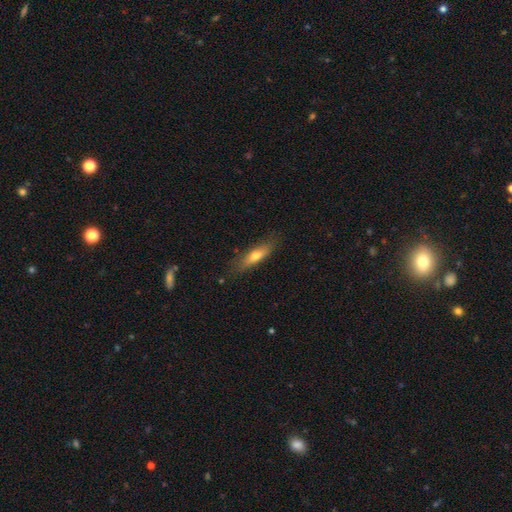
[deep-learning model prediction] smooth_or_featured: smooth (p=0.64) [alt: featured or disk p=0.29]
how_rounded: cigar-shaped (p=0.60) [alt: in between p=0.37]
merging: none (p=0.80) [alt: minor disturbance p=0.15]